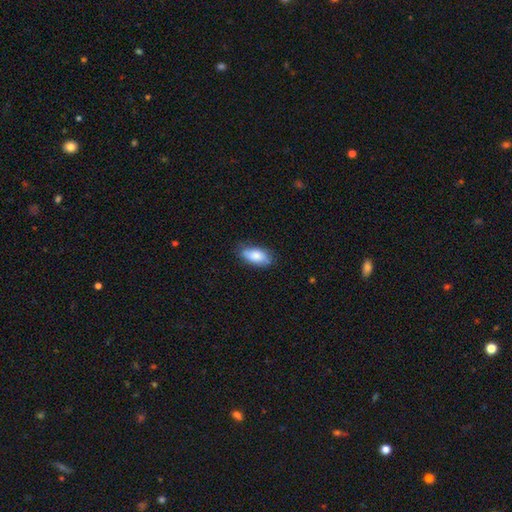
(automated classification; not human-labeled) smooth-or-featured: smooth: 80% | featured or disk: 13% | star or artifact: 6%
  how-rounded: in between: 90% | cigar-shaped: 7% | round: 3%
  merging: none: 73% | minor disturbance: 22% | major disturbance: 4% | merger: 1%